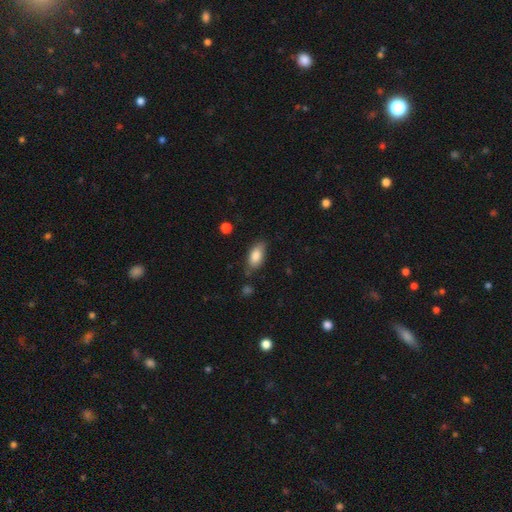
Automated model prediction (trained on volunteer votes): smooth 82%, featured or disk 11%, star or artifact 7%. Down the decision tree: how rounded — in between (87%); merging — none (75%).